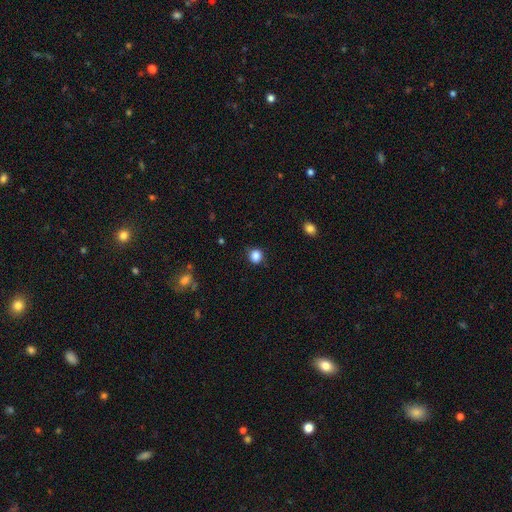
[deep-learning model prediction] Smooth or featured: smooth — 86% (star or artifact — 11%)
How rounded: round — 85% (in between — 14%)
Merging: none — 85% (minor disturbance — 10%)